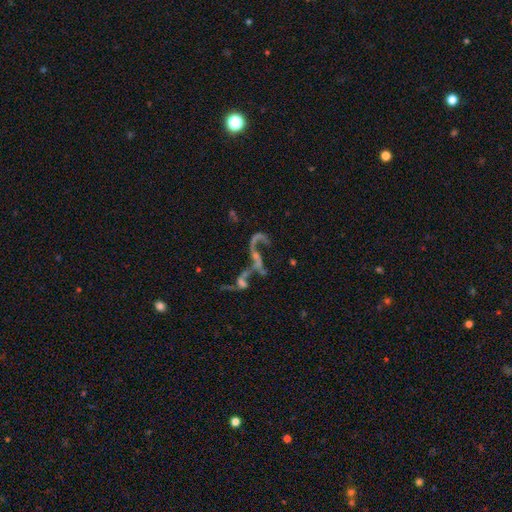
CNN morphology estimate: smooth-or-featured: featured or disk: 64% | star or artifact: 21% | smooth: 15%
  disk-edge-on: no: 91% | yes: 9%
    bar: no: 67% | weak: 22% | strong: 11%
    has-spiral-arms: yes: 56% | no: 44%
    bulge-size: none: 48% | small: 32% | moderate: 15% | large: 3% | dominant: 2%
  merging: merger: 43% | major disturbance: 26% | none: 22% | minor disturbance: 9%